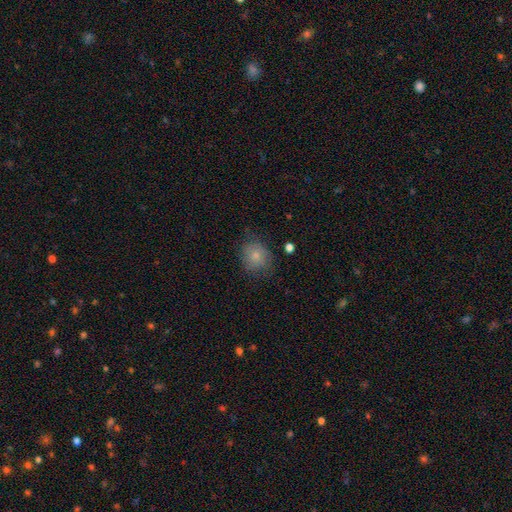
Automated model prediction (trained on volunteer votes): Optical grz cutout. It shows a smooth galaxy with no disk features (78%) that is round (69%). Merging: none (69%).